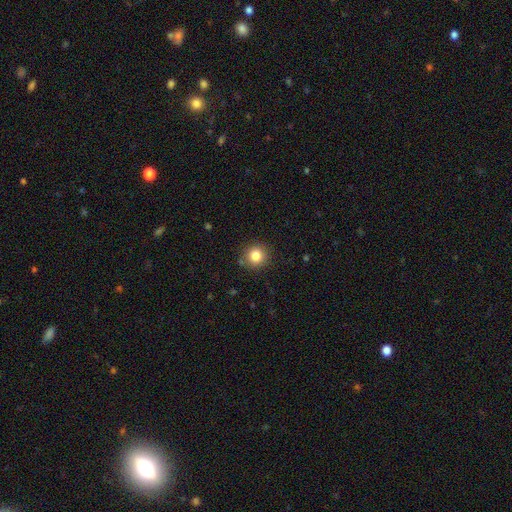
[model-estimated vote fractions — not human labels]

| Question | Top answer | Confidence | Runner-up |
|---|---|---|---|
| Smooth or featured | smooth | 83% | star or artifact (11%) |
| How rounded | round | 91% | in between (8%) |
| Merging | none | 87% | minor disturbance (9%) |